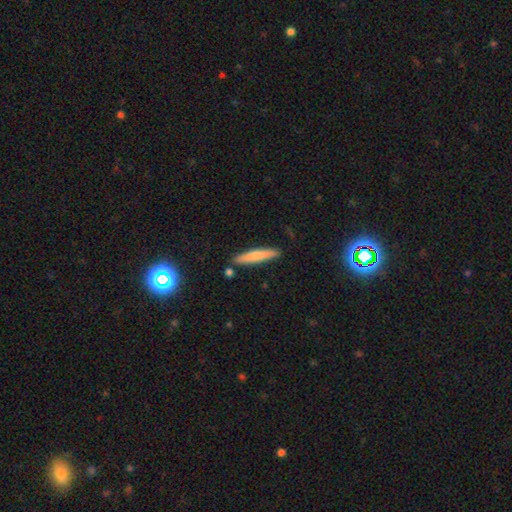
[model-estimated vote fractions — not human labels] smooth 72%, featured or disk 22%, star or artifact 6%. Down the decision tree: how rounded — cigar-shaped (93%); merging — none (86%).